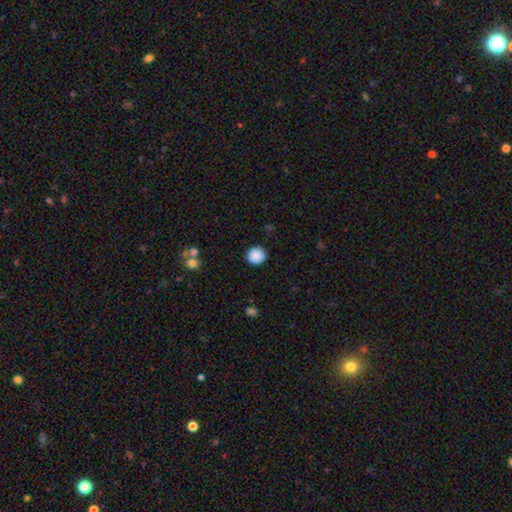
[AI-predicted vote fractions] This is clearly a smooth galaxy (88%). How rounded: clearly round (92%). Merging: clearly none (89%).